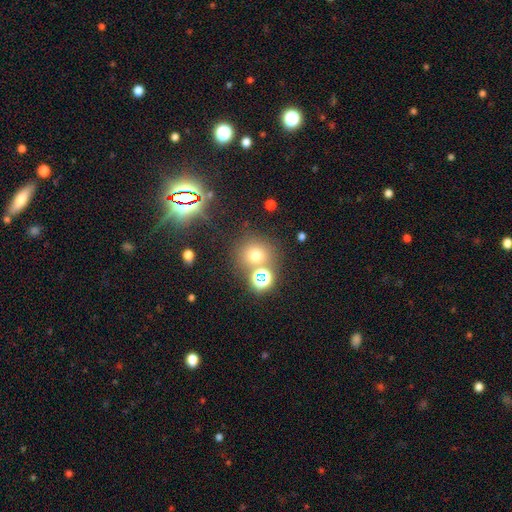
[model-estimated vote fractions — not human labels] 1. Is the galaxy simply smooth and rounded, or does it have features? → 65% smooth, 25% star or artifact, 9% featured or disk.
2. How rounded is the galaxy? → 88% round, 11% in between, 1% cigar-shaped.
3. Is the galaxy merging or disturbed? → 70% none, 17% merger, 9% minor disturbance, 4% major disturbance.